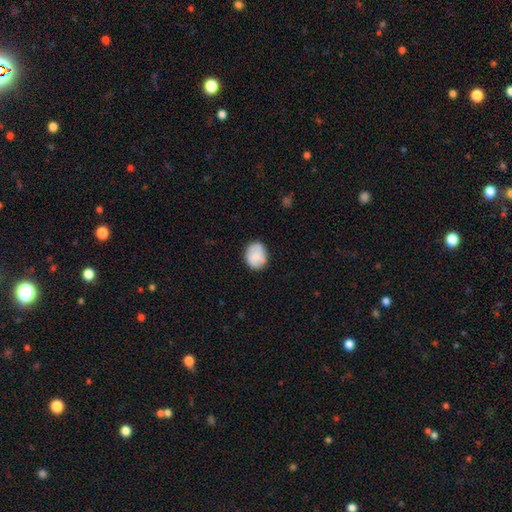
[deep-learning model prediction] Q: Smooth or featured?
A: smooth (78%); runner-up: featured or disk (15%)
Q: How rounded?
A: round (51%); runner-up: in between (48%)
Q: Merging?
A: none (76%); runner-up: minor disturbance (19%)